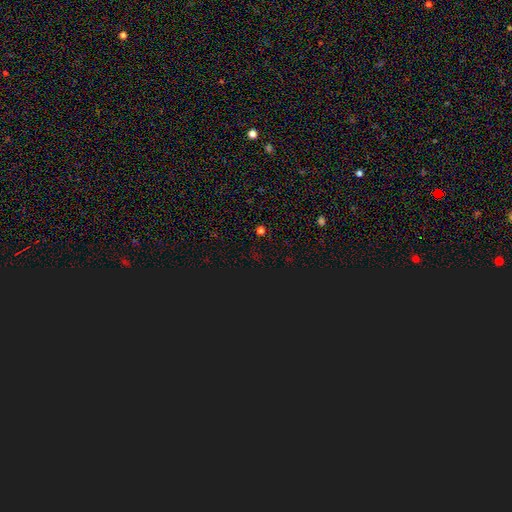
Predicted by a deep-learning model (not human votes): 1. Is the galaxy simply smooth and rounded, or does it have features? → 73% star or artifact, 21% smooth, 6% featured or disk.